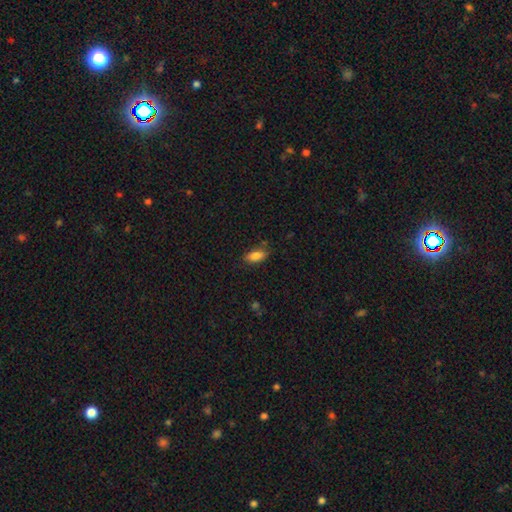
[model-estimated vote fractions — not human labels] Overall: smooth (84%). How rounded: in between (85%). Merging: none (78%).